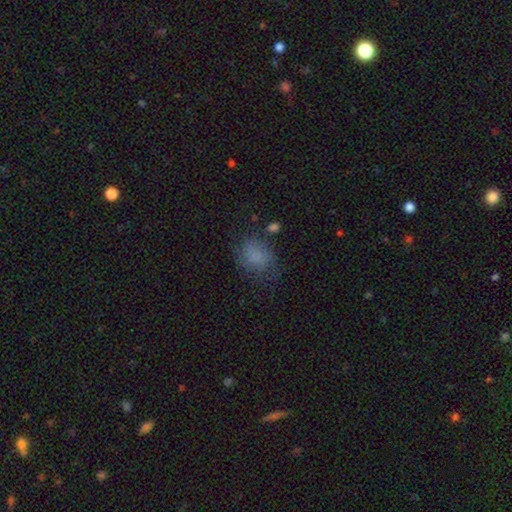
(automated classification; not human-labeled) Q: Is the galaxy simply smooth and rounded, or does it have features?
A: smooth — 72%.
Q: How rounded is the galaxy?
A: in between — 59%.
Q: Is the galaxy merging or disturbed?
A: none — 55%.